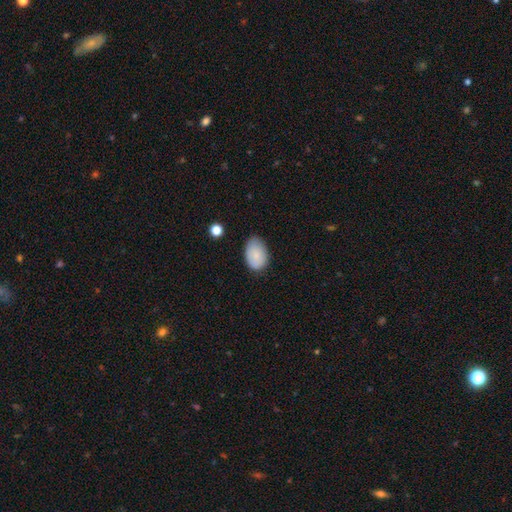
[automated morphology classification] Smooth or featured?
  - smooth: 86% *
  - featured or disk: 7%
  - star or artifact: 7%
How rounded?
  - in between: 87% *
  - round: 12%
  - cigar-shaped: 1%
Merging?
  - none: 68% *
  - minor disturbance: 26%
  - major disturbance: 5%
  - merger: 2%